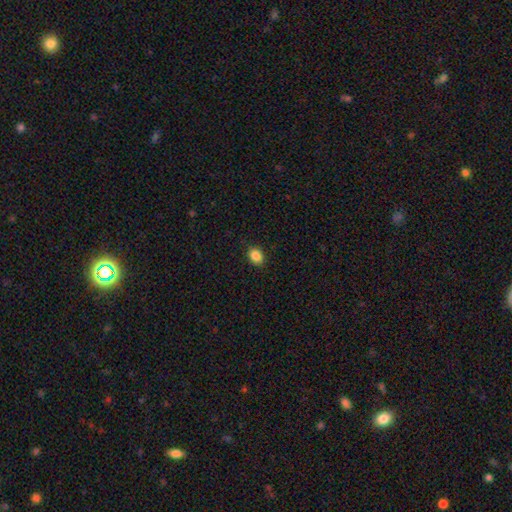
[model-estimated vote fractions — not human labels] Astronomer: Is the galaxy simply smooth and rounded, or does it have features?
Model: smooth — 87%.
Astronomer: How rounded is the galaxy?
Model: in between — 58% (runner-up: round, 41%).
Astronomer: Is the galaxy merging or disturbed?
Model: none — 90%.